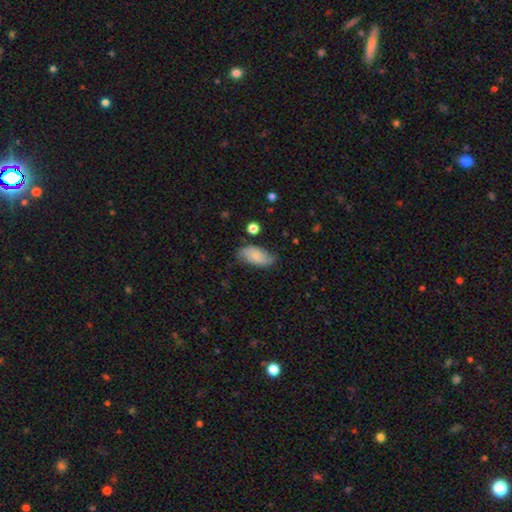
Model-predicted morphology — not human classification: Overall: smooth (72%). How rounded: in between (93%). Merging: none (67%).